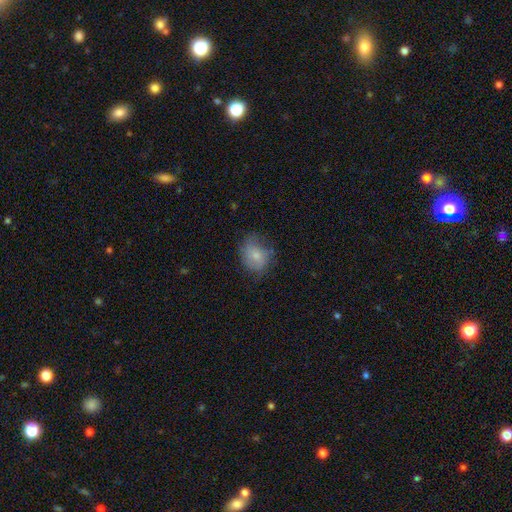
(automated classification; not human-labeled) Q: Smooth or featured?
A: smooth (74%); runner-up: featured or disk (18%)
Q: How rounded?
A: round (51%); runner-up: in between (48%)
Q: Merging?
A: none (60%); runner-up: minor disturbance (28%)